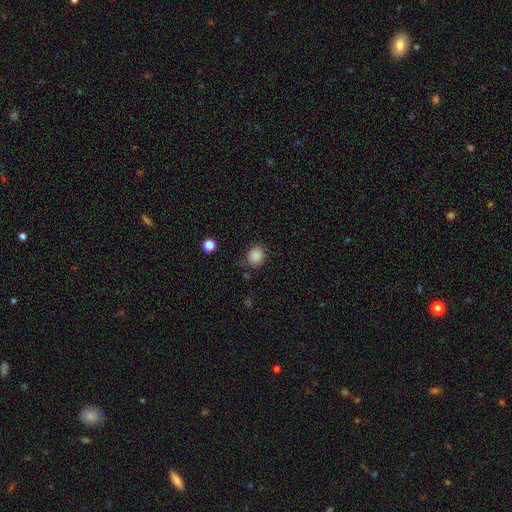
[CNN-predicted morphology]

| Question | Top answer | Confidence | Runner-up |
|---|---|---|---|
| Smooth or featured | smooth | 86% | star or artifact (11%) |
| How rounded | round | 72% | in between (28%) |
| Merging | none | 74% | minor disturbance (18%) |